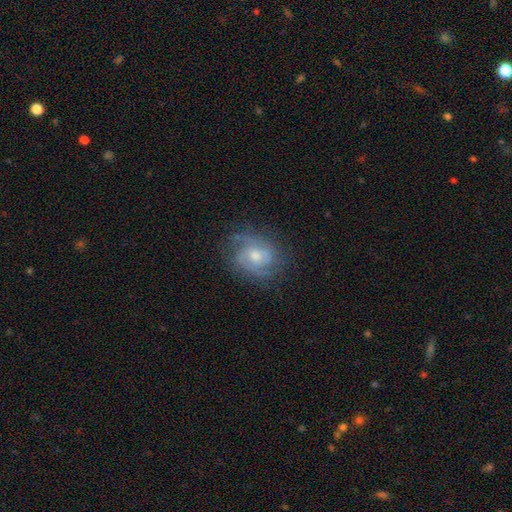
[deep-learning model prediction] Overall: featured or disk (78%). Edge-on disk: no (97%). Bar: no (62%; weak 33%). Spiral arms: yes (93%). Spiral arm count: 2 (42%; can't tell 24%). Spiral winding: tight (49%; medium 40%). Bulge size: moderate (60%; small 30%). Merging: none (74%).